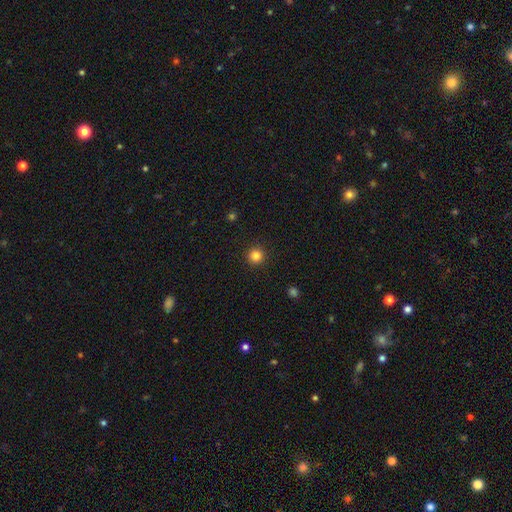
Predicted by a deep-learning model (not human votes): This is clearly a smooth galaxy (84%). How rounded: clearly round (95%). Merging: clearly none (92%).